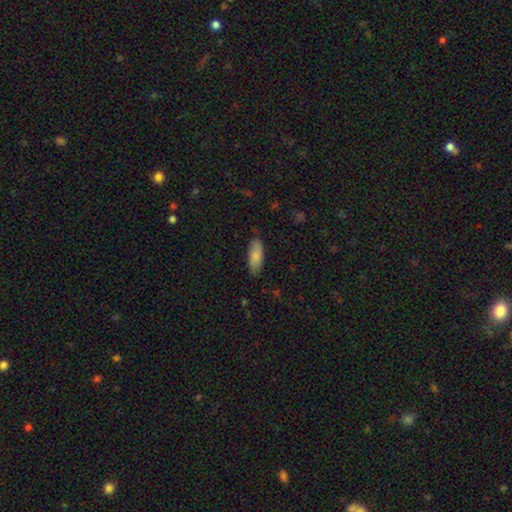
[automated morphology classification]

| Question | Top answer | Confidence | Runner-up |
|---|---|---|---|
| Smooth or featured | smooth | 82% | featured or disk (12%) |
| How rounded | in between | 75% | cigar-shaped (23%) |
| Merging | none | 80% | minor disturbance (16%) |